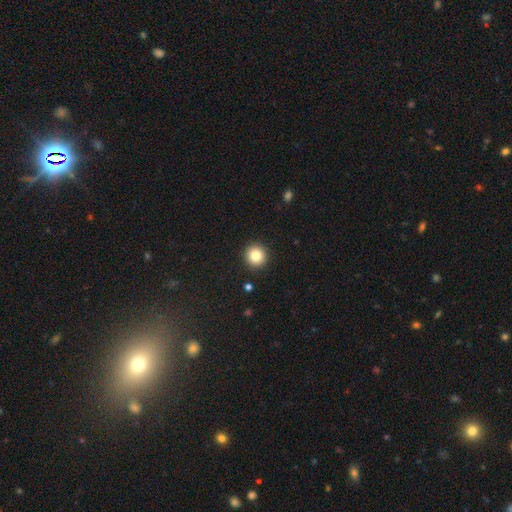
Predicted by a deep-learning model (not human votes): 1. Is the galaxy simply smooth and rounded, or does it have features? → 83% smooth, 10% star or artifact, 7% featured or disk.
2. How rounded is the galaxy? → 95% round, 4% in between, 1% cigar-shaped.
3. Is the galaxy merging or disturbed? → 92% none, 5% minor disturbance, 2% major disturbance, 1% merger.